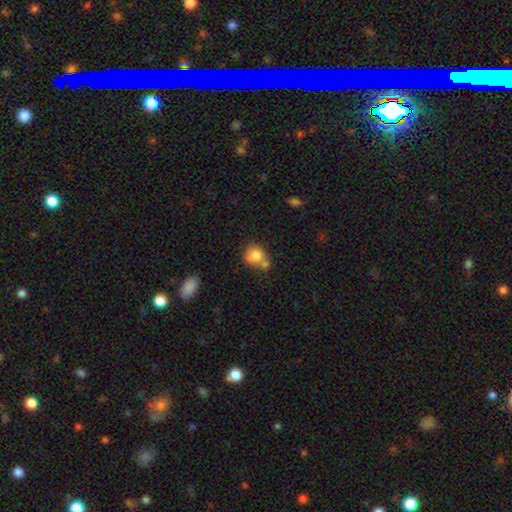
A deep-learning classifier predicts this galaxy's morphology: Smooth or featured?
  - smooth: 79% *
  - featured or disk: 11%
  - star or artifact: 9%
How rounded?
  - round: 76% *
  - in between: 23%
  - cigar-shaped: 1%
Merging?
  - none: 45% *
  - merger: 34%
  - minor disturbance: 16%
  - major disturbance: 6%